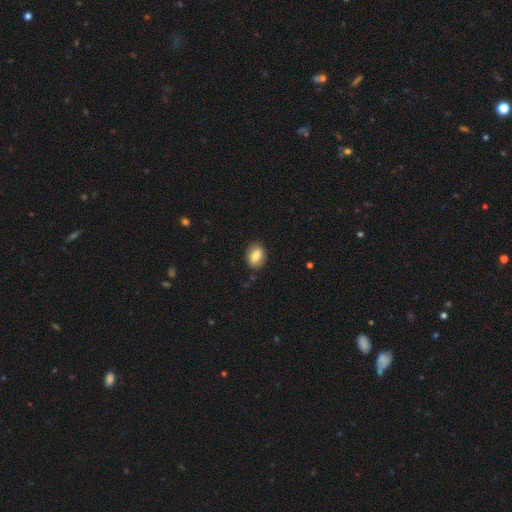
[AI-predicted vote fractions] smooth_or_featured: smooth (p=0.81) [alt: featured or disk p=0.12]
how_rounded: in between (p=0.78) [alt: round p=0.21]
merging: none (p=0.86) [alt: minor disturbance p=0.11]